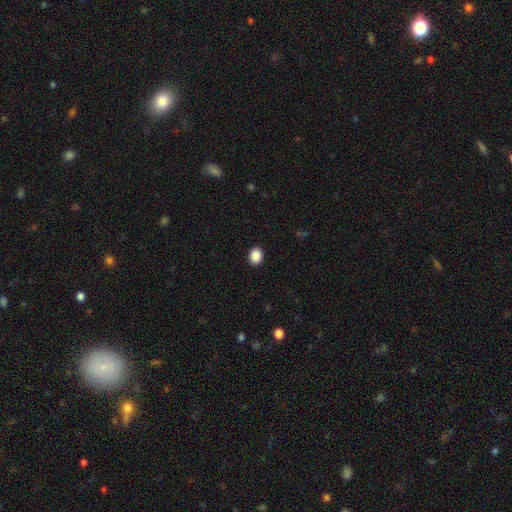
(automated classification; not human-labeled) This is clearly a smooth galaxy (89%). How rounded: possibly round (51%). Merging: clearly none (92%).